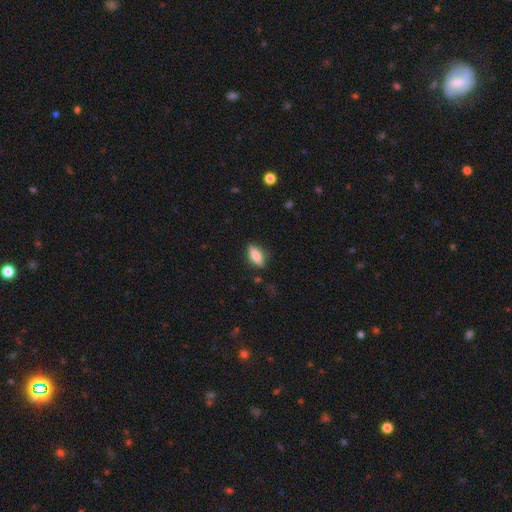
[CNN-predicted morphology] Smooth or featured: smooth — 68% (featured or disk — 25%)
How rounded: in between — 68% (cigar-shaped — 28%)
Merging: none — 81% (minor disturbance — 14%)